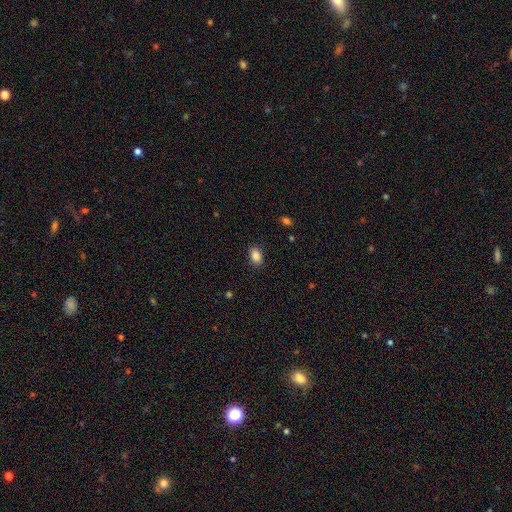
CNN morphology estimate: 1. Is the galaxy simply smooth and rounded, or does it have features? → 88% smooth, 8% star or artifact, 4% featured or disk.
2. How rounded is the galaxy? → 86% in between, 12% round, 1% cigar-shaped.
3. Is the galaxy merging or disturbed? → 88% none, 9% minor disturbance, 2% major disturbance, 1% merger.